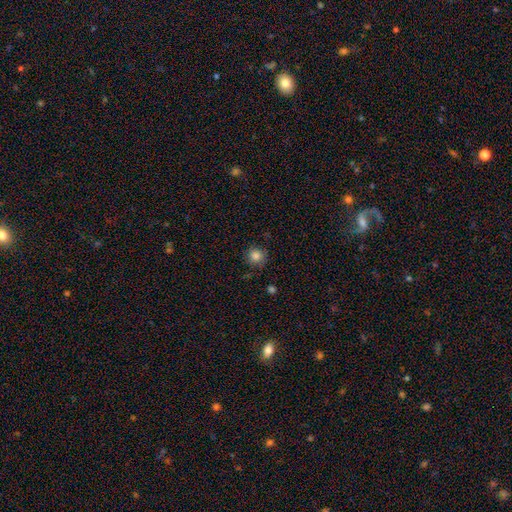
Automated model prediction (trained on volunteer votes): Smooth or featured: smooth — 84% (star or artifact — 11%)
How rounded: round — 94% (in between — 6%)
Merging: none — 84% (minor disturbance — 11%)